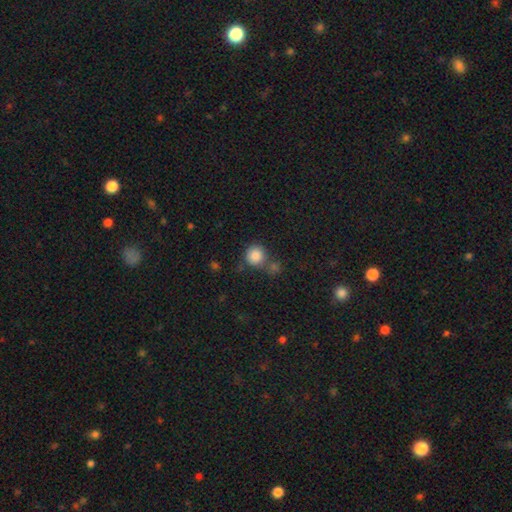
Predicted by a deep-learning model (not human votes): Q: Smooth or featured?
A: smooth (86%); runner-up: star or artifact (10%)
Q: How rounded?
A: round (91%); runner-up: in between (8%)
Q: Merging?
A: none (59%); runner-up: merger (24%)